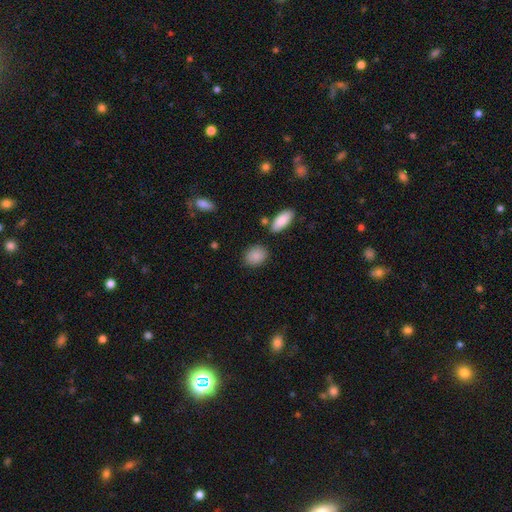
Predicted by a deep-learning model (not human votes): Smooth or featured? Predicted: smooth (p=0.87). How rounded? Predicted: in between (p=0.57). Merging? Predicted: none (p=0.82).